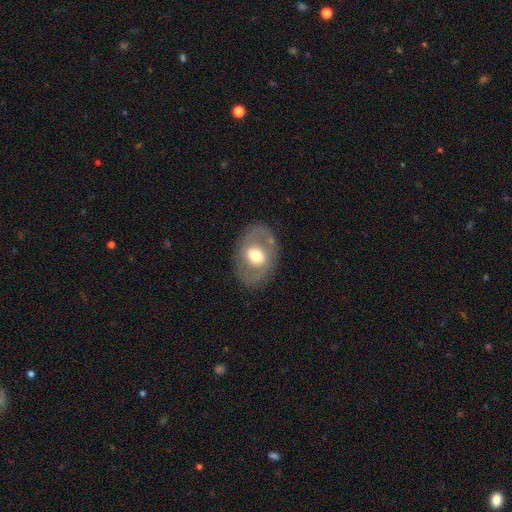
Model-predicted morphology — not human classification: This appears to be a featured or disk galaxy (57%) with no bar (57%), no spiral arms (55%) and a moderate central bulge (64%). Merging: none (81%).